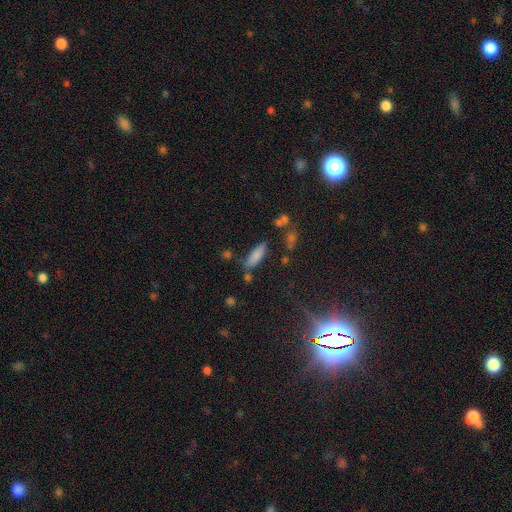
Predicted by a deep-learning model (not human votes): The model was most divided on "how rounded": in between: 52%, cigar-shaped: 46%, round: 2%. More confident: smooth or featured — smooth (82%); merging — none (74%).